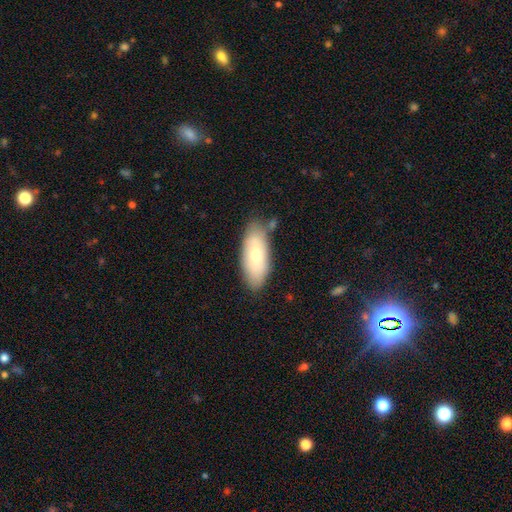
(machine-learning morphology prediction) smooth_or_featured: smooth (p=0.67) [alt: featured or disk p=0.27]
how_rounded: in between (p=0.84) [alt: cigar-shaped p=0.14]
merging: none (p=0.75) [alt: minor disturbance p=0.16]